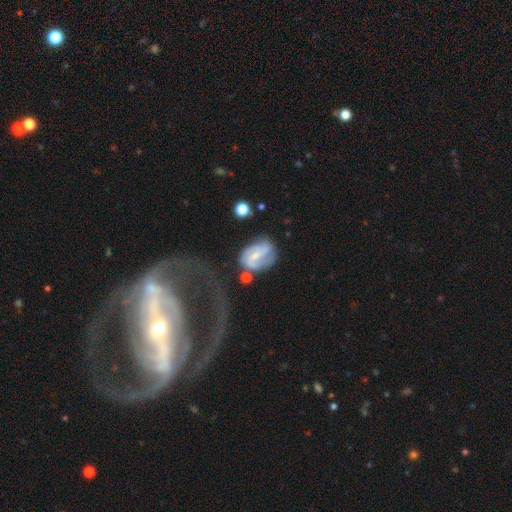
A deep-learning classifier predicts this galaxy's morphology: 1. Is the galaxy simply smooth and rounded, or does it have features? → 77% featured or disk, 16% smooth, 6% star or artifact.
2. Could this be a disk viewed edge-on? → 97% no, 3% yes.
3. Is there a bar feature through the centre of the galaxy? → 47% weak, 29% no, 24% strong.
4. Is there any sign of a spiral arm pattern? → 91% yes, 9% no.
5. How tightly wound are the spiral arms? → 43% medium, 29% tight, 28% loose.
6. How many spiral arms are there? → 56% 2, 18% 3, 16% can't tell, 4% 1, 3% 4, 2% more than 4.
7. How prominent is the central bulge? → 67% small, 24% moderate, 7% none, 1% large, 1% dominant.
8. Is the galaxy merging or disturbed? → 52% none, 23% minor disturbance, 15% major disturbance, 9% merger.